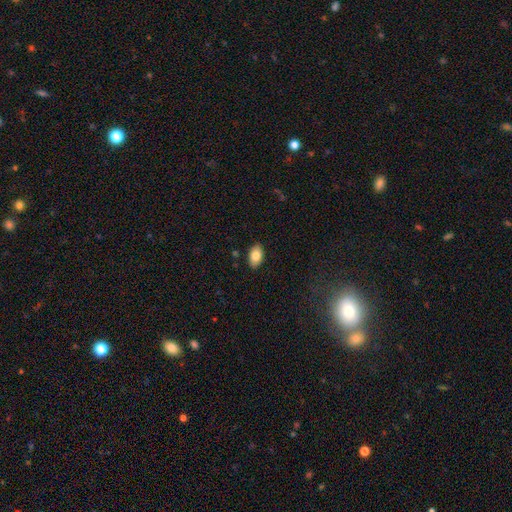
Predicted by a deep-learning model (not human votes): smooth 83%, featured or disk 10%, star or artifact 7%. Down the decision tree: how rounded — in between (93%); merging — none (88%).